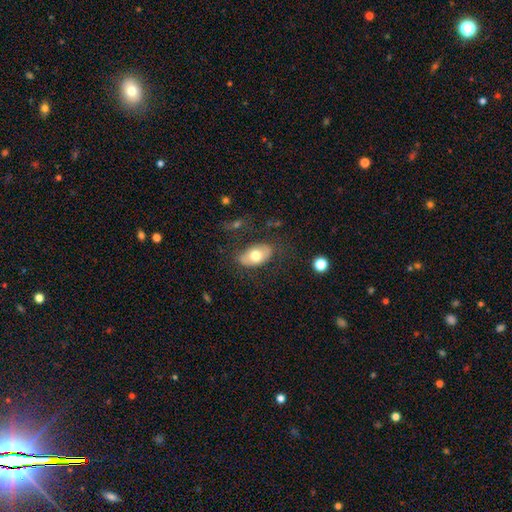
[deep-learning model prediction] Morphology: type=smooth (67%); roundness=in between (92%); merging=none (75%).